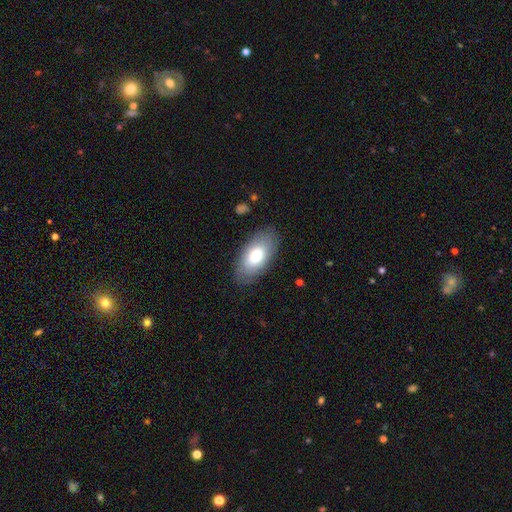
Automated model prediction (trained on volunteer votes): Smooth or featured: smooth — 71% (featured or disk — 22%)
How rounded: in between — 93% (round — 4%)
Merging: none — 84% (minor disturbance — 11%)